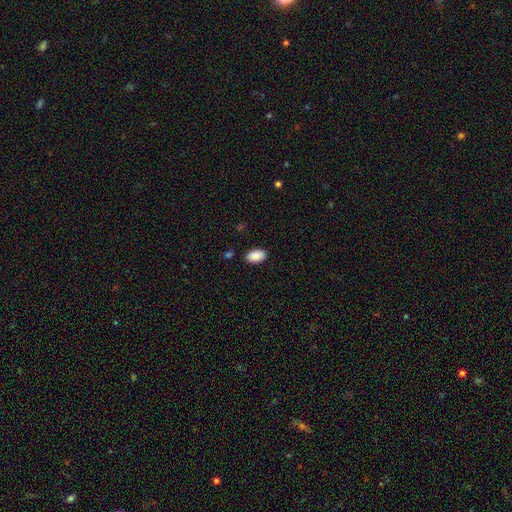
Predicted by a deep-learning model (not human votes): Smooth or featured: smooth — 90% (star or artifact — 7%)
How rounded: in between — 94% (round — 5%)
Merging: none — 87% (minor disturbance — 9%)